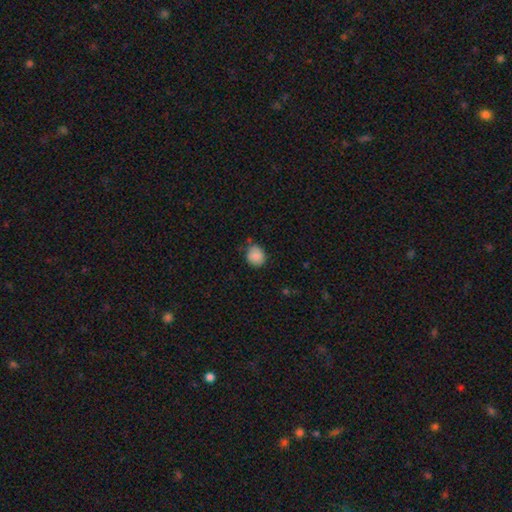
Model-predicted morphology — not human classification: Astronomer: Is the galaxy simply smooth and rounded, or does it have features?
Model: smooth — 87%.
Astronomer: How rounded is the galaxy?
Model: round — 77%.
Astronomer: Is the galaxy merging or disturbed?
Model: none — 71%.